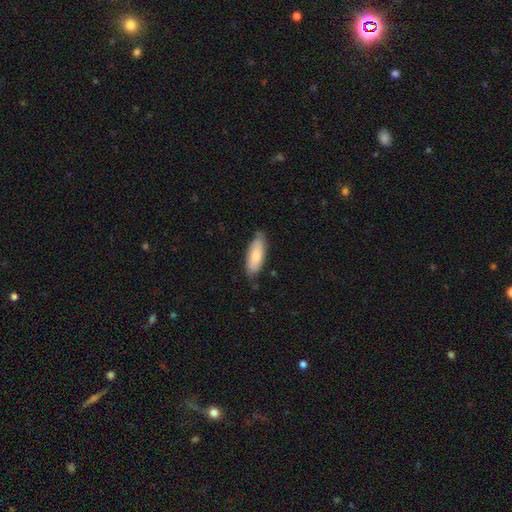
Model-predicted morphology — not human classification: smooth 77%, featured or disk 18%, star or artifact 5%. Down the decision tree: how rounded — in between (71%); merging — none (75%).